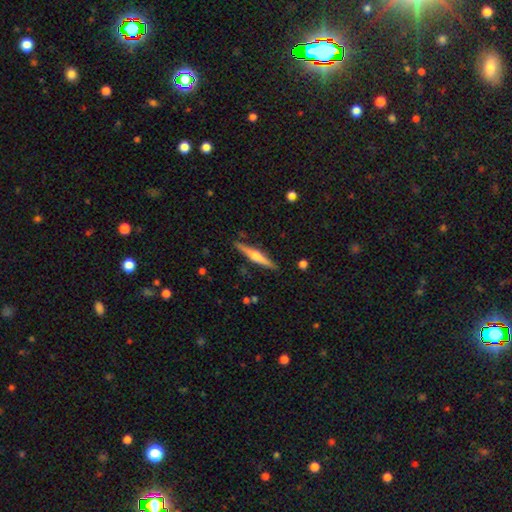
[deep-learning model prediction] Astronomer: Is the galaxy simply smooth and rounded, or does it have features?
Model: featured or disk — 67%.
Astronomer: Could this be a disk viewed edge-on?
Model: yes — 97%.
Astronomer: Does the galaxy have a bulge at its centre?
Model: rounded — 91%.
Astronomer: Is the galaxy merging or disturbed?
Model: none — 89%.